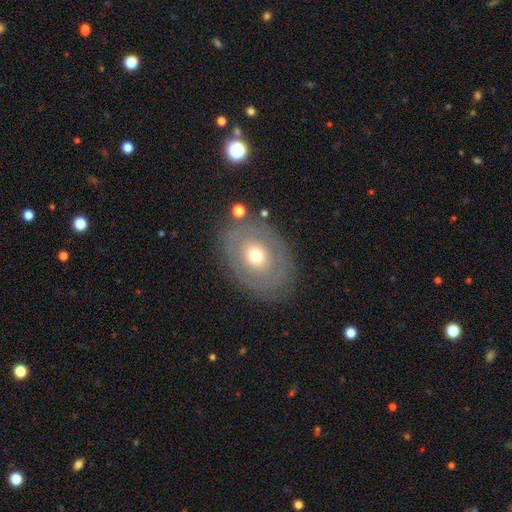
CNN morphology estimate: A featured or disk galaxy (47%). Merging: none (82%).